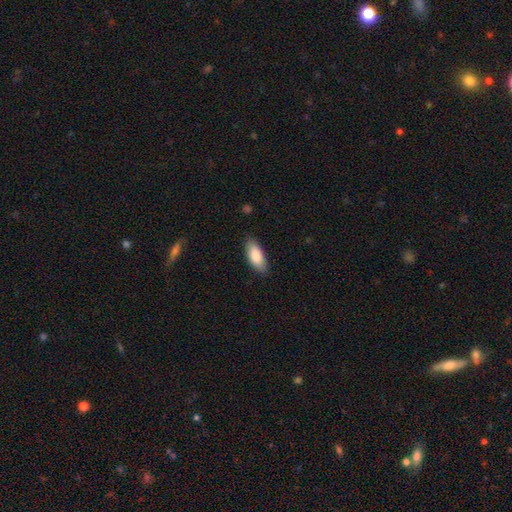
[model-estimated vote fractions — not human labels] A smooth galaxy with no disk features (86%) that is in between round and cigar-shaped (84%).

Vote fractions:
- Smooth or featured? smooth: 86% / featured or disk: 9% / star or artifact: 6%
- How rounded? in between: 84% / cigar-shaped: 14% / round: 2%
- Merging? none: 86% / minor disturbance: 11% / major disturbance: 2% / merger: 1%